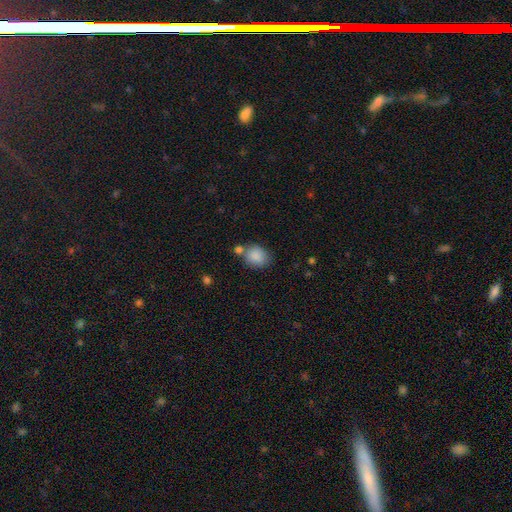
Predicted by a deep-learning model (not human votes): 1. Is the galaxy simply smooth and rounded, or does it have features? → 87% smooth, 8% star or artifact, 5% featured or disk.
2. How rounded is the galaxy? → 62% round, 37% in between, 1% cigar-shaped.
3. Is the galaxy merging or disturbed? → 62% none, 19% merger, 14% minor disturbance, 4% major disturbance.